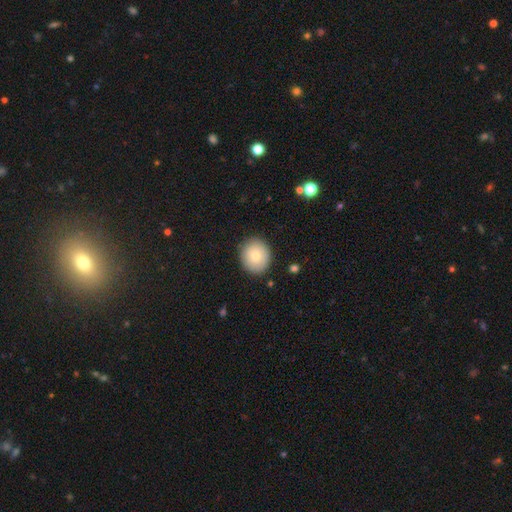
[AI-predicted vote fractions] Morphology: type=smooth (78%); roundness=round (81%); merging=none (87%).